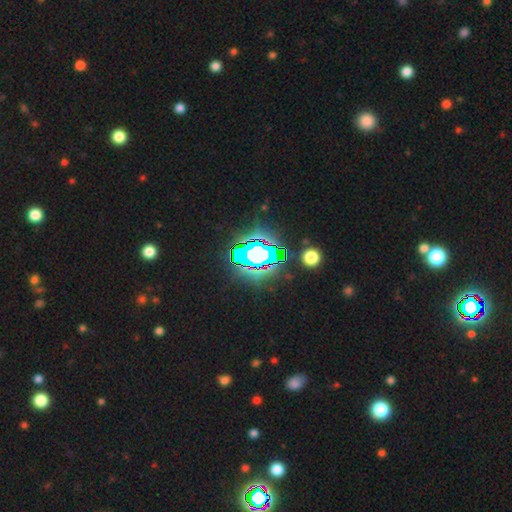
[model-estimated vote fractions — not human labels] Smooth or featured? star or artifact (71%)